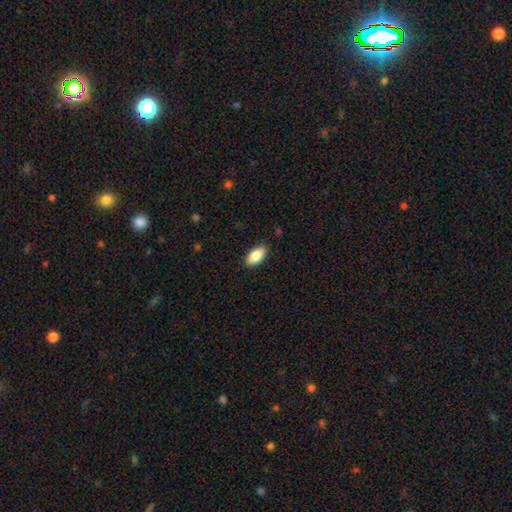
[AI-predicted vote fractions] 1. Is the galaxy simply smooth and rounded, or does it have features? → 86% smooth, 8% featured or disk, 6% star or artifact.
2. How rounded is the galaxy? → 92% in between, 6% cigar-shaped, 3% round.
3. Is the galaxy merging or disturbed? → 88% none, 9% minor disturbance, 2% major disturbance, 1% merger.